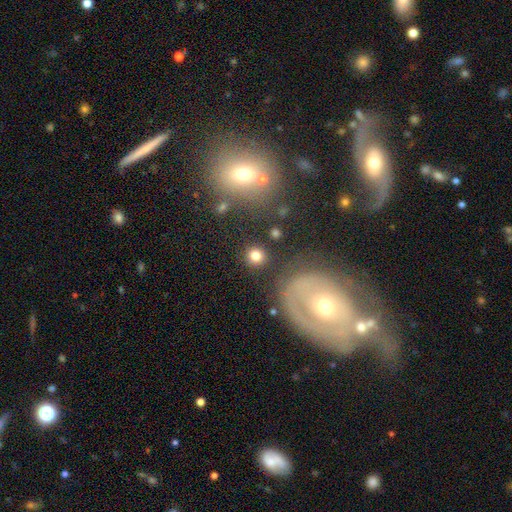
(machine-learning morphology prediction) Smooth or featured?
  - smooth: 81% *
  - star or artifact: 11%
  - featured or disk: 8%
How rounded?
  - round: 91% *
  - in between: 8%
  - cigar-shaped: 1%
Merging?
  - none: 86% *
  - minor disturbance: 7%
  - merger: 4%
  - major disturbance: 4%